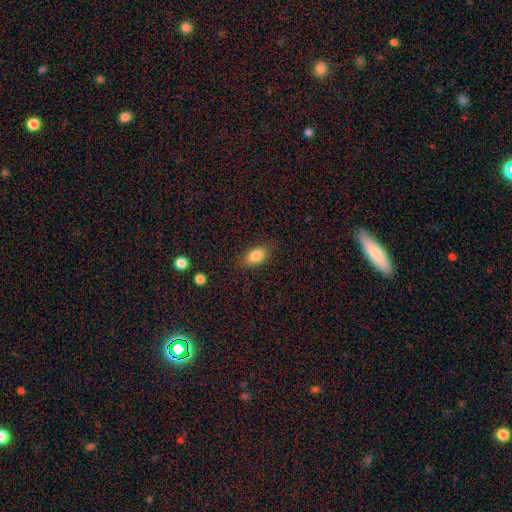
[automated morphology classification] Q: Smooth or featured?
A: smooth (84%); runner-up: star or artifact (8%)
Q: How rounded?
A: in between (87%); runner-up: round (7%)
Q: Merging?
A: none (83%); runner-up: minor disturbance (12%)